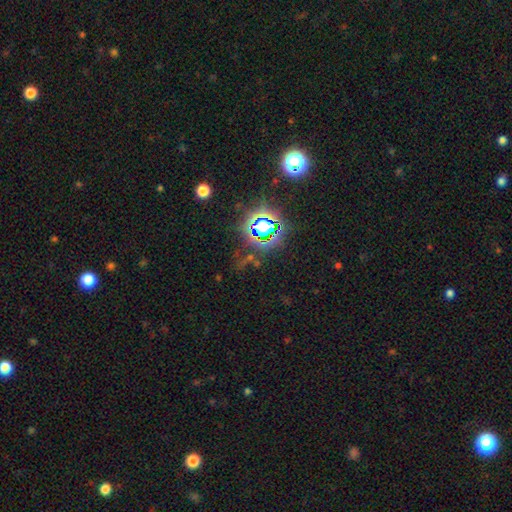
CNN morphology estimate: Smooth or featured: star or artifact — 79% (smooth — 13%)